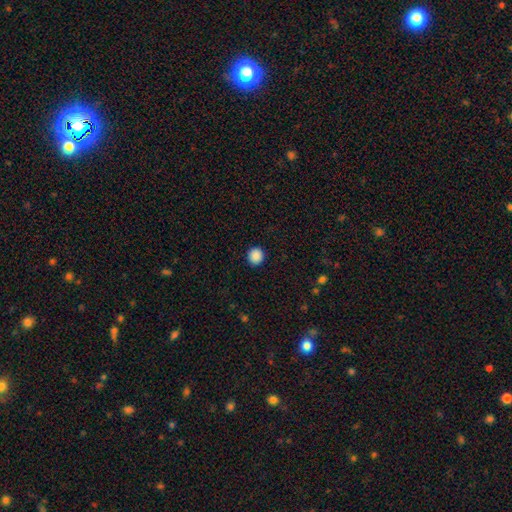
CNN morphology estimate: A smooth galaxy with no disk features (89%) that is round (91%). Merging: none (92%).